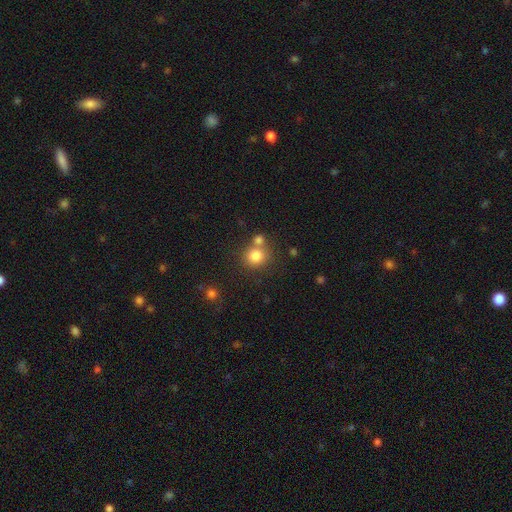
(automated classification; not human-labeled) Smooth or featured: smooth — 81% (star or artifact — 11%)
How rounded: round — 87% (in between — 12%)
Merging: none — 62% (merger — 26%)